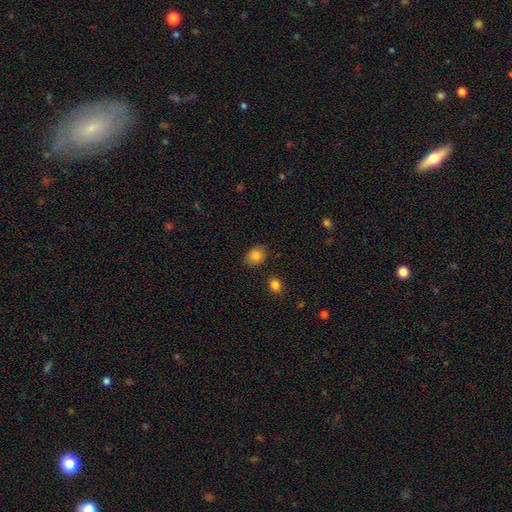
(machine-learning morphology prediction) This is clearly a smooth galaxy (85%). How rounded: possibly in between (58%). Merging: clearly none (85%).